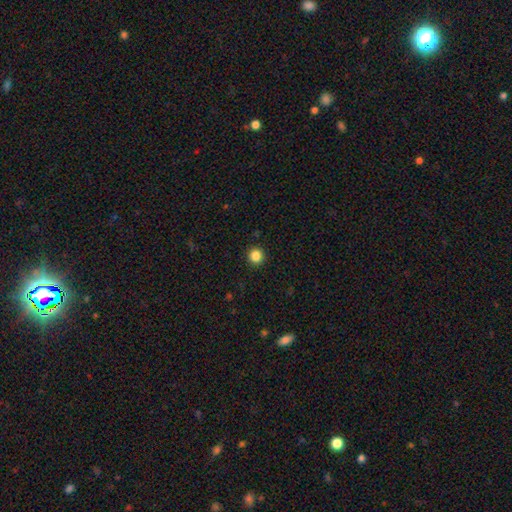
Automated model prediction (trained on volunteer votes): Smooth or featured: smooth — 85% (star or artifact — 11%)
How rounded: round — 95% (in between — 4%)
Merging: none — 93% (minor disturbance — 4%)